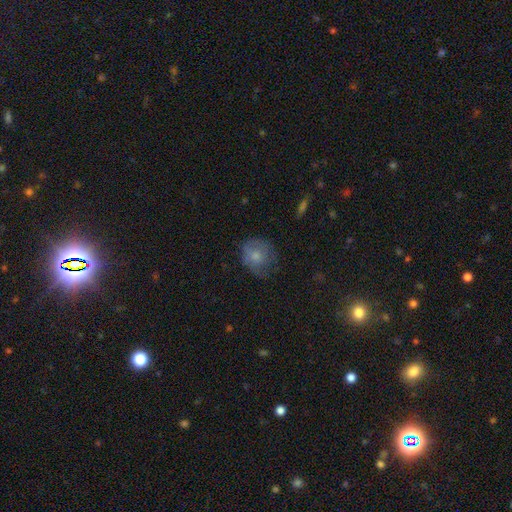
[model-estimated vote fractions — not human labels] A smooth galaxy with no disk features (69%) that is round (73%). Merging: none (51%).